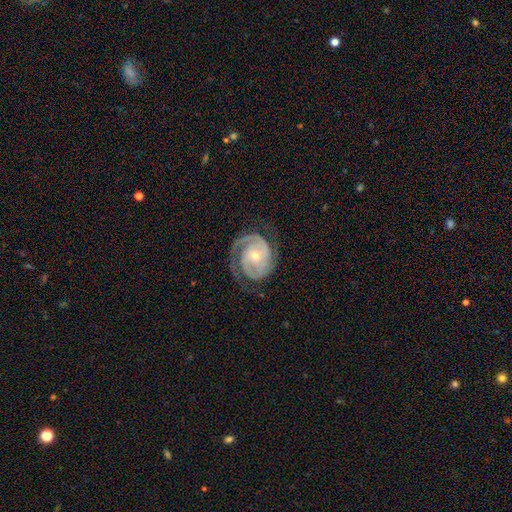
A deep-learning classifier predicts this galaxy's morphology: Smooth or featured? Predicted: featured or disk (p=0.89). Edge-on disk? Predicted: no (p=0.98). Bar? Predicted: no (p=0.67). Spiral arms? Predicted: yes (p=0.97). Spiral winding? Predicted: tight (p=0.62). Spiral arm count? Predicted: 2 (p=0.68). Bulge size? Predicted: small (p=0.64). Merging? Predicted: none (p=0.69).